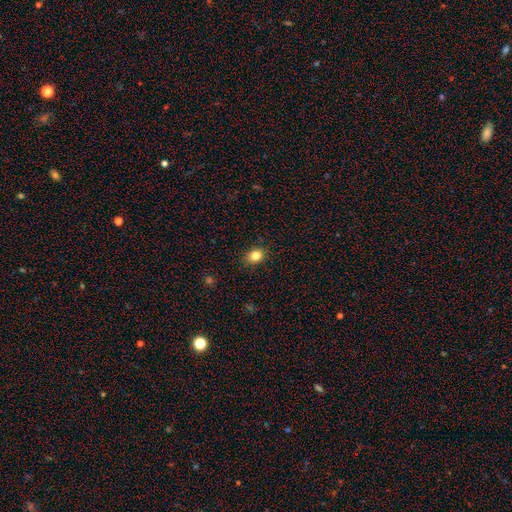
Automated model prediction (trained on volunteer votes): smooth-or-featured: smooth: 83% | star or artifact: 11% | featured or disk: 6%
  how-rounded: in between: 50% | round: 49% | cigar-shaped: 1%
  merging: none: 88% | minor disturbance: 9% | major disturbance: 2% | merger: 1%